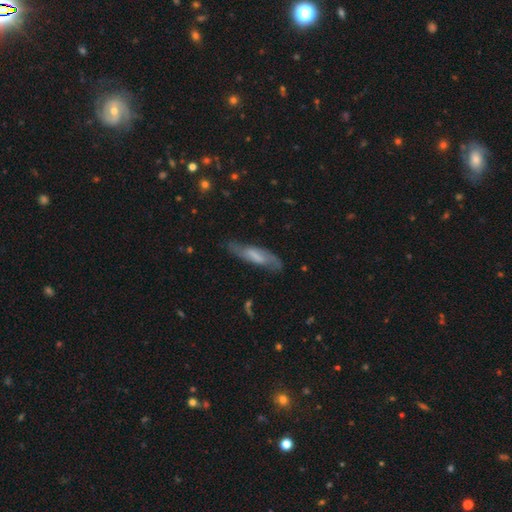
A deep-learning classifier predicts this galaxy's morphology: smooth_or_featured: featured or disk (p=0.56) [alt: smooth p=0.37]
disk_edge_on: no (p=0.67) [alt: yes p=0.33]
merging: none (p=0.73) [alt: minor disturbance p=0.19]